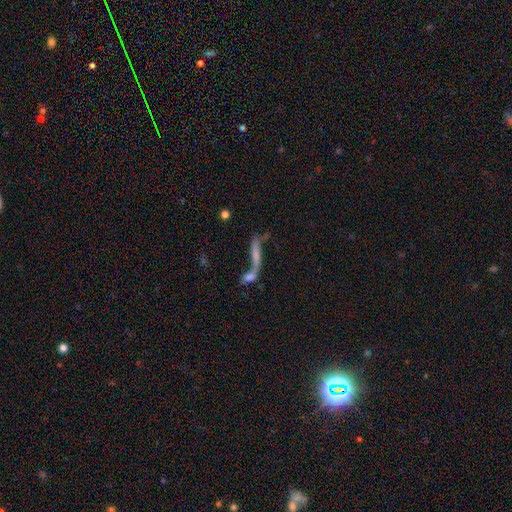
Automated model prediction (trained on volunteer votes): Smooth or featured? featured or disk (48%)
Merging? merger (60%)